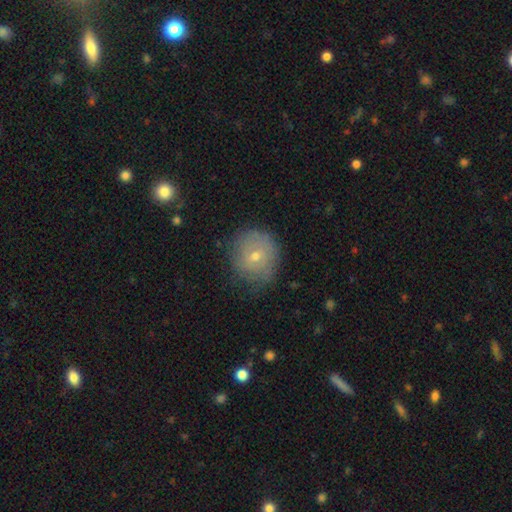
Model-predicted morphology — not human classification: Smooth or featured?
  - smooth: 55% *
  - featured or disk: 35%
  - star or artifact: 10%
How rounded?
  - round: 85% *
  - in between: 14%
  - cigar-shaped: 1%
Merging?
  - none: 69% *
  - minor disturbance: 22%
  - major disturbance: 8%
  - merger: 1%